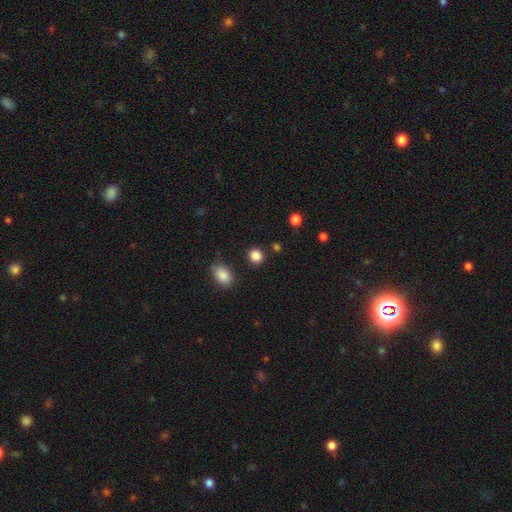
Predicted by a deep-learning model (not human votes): smooth 86%, star or artifact 11%, featured or disk 3%. Down the decision tree: how rounded — round (83%); merging — none (86%).